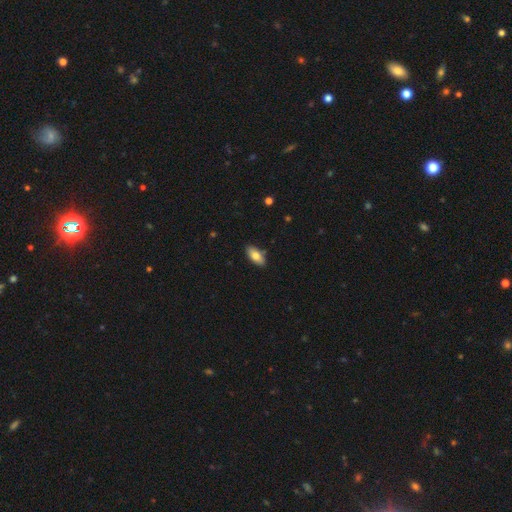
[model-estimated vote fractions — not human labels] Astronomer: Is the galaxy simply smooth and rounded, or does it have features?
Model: smooth — 78%.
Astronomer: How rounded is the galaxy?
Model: in between — 90%.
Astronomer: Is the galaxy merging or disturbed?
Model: none — 87%.